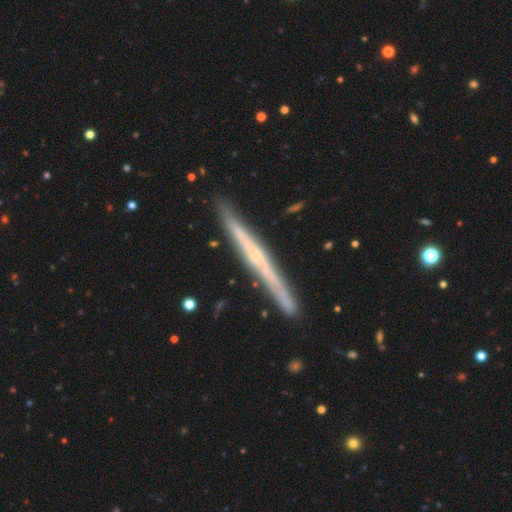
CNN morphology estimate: A featured or disk galaxy (71%) viewed edge-on (97%) with no central bulge (64%). Merging: none (89%).